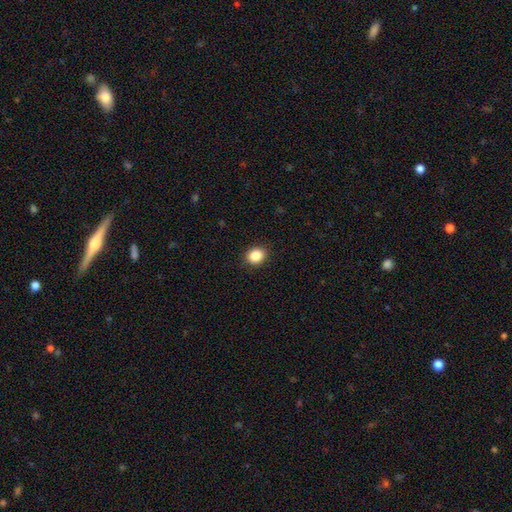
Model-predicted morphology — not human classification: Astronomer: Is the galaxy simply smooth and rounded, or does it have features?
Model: smooth — 87%.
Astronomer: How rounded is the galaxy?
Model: round — 57% (runner-up: in between, 42%).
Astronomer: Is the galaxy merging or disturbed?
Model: none — 90%.